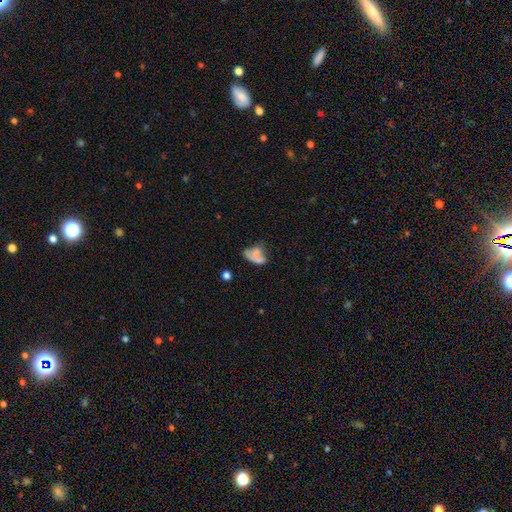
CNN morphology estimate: Overall: smooth (58%; featured or disk 30%). How rounded: in between (79%). Merging: merger (31%; none 26%).